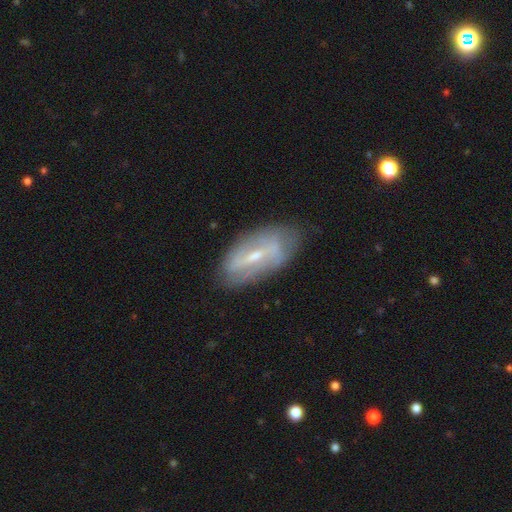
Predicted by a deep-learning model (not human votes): Morphology: type=featured or disk (69%); edge-on=no (87%); bar=strong (46%); spiral arms=yes (60%); bulge=small (57%); merging=none (71%).